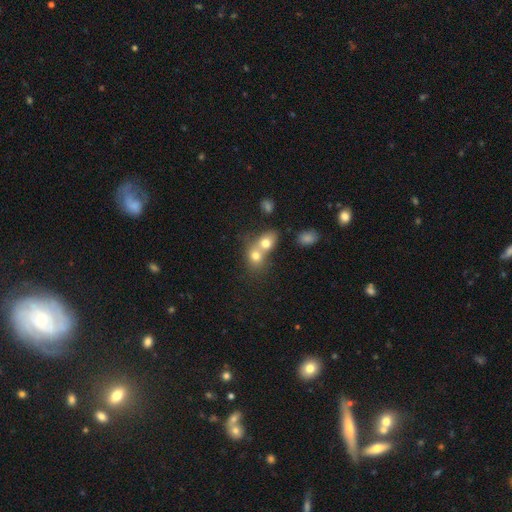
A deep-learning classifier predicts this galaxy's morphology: smooth_or_featured: smooth (p=0.72) [alt: featured or disk p=0.16]
how_rounded: round (p=0.62) [alt: in between p=0.37]
merging: merger (p=0.66) [alt: none p=0.25]